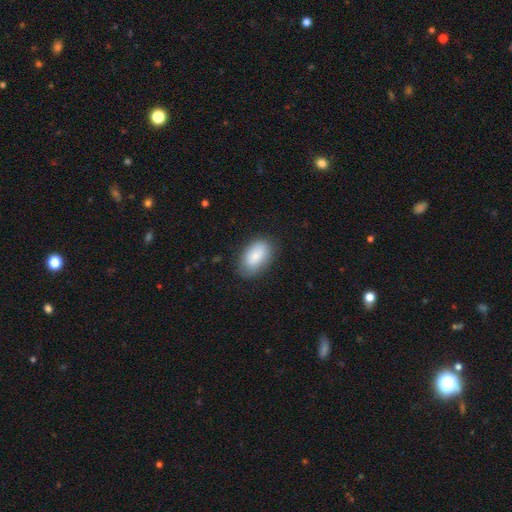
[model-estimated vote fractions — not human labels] Q: Smooth or featured?
A: smooth (82%); runner-up: featured or disk (11%)
Q: How rounded?
A: in between (93%); runner-up: round (5%)
Q: Merging?
A: none (77%); runner-up: minor disturbance (17%)